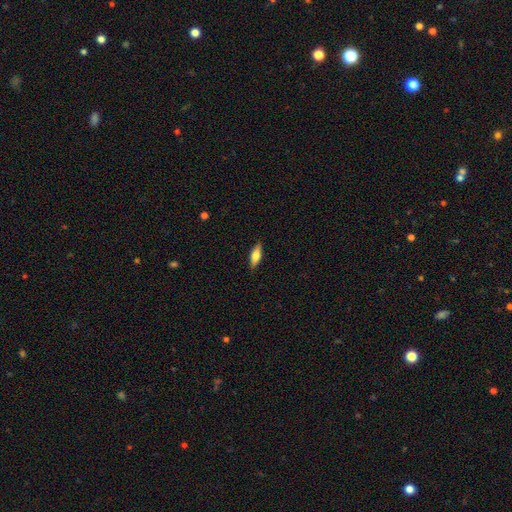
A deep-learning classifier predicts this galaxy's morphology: The model was most divided on "how rounded": in between: 59%, cigar-shaped: 38%, round: 3%. More confident: merging — none (87%); smooth or featured — smooth (65%).